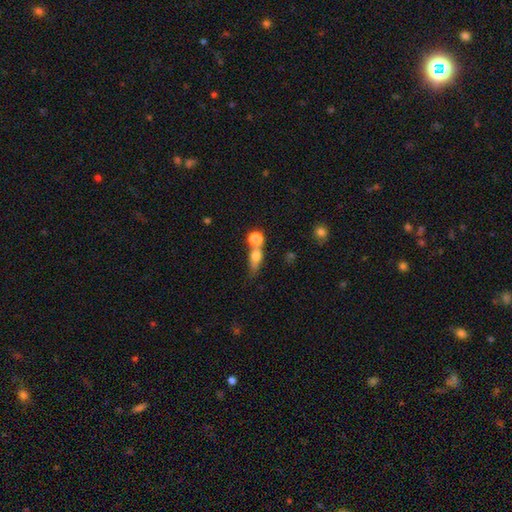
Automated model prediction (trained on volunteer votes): Smooth or featured?
  - smooth: 69% *
  - featured or disk: 19%
  - star or artifact: 12%
How rounded?
  - in between: 43% *
  - round: 36%
  - cigar-shaped: 21%
Merging?
  - merger: 43% *
  - none: 36%
  - minor disturbance: 12%
  - major disturbance: 8%